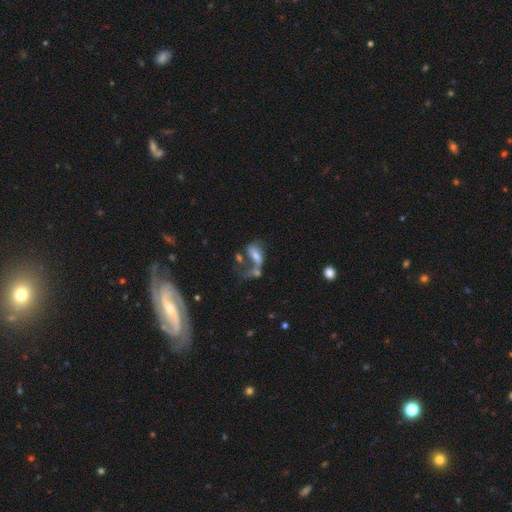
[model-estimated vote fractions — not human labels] Morphology: type=featured or disk (50%); merging=merger (38%).